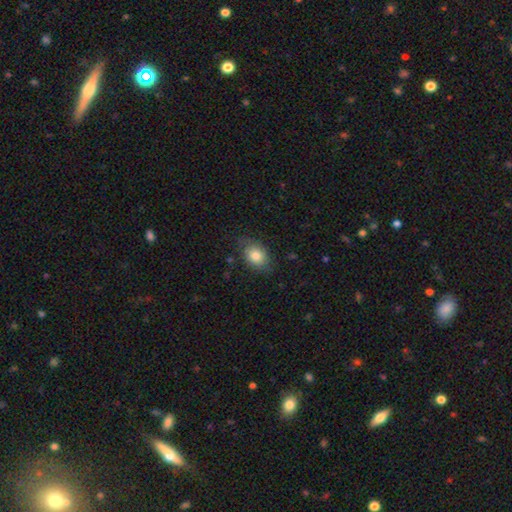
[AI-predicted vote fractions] This appears to be a smooth galaxy with no disk features (79%) that is in between round and cigar-shaped (74%). Merging: none (70%).